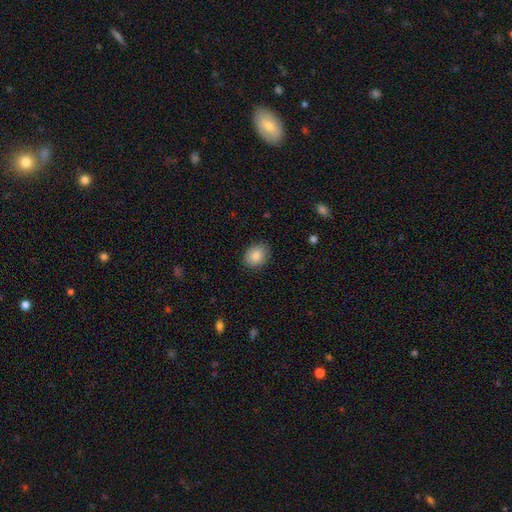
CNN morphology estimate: type=smooth (85%); roundness=round (50%); merging=none (84%).